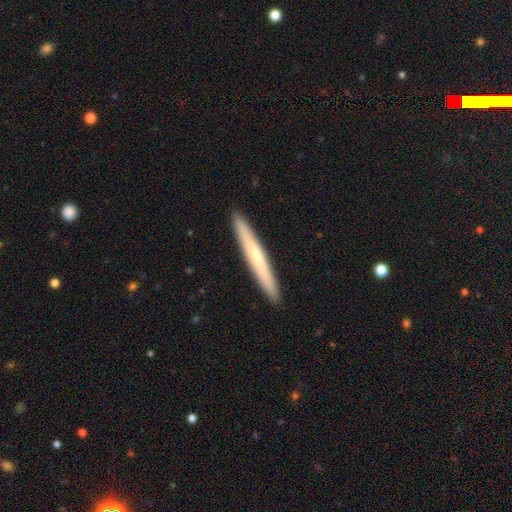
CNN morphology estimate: smooth-or-featured: smooth: 51% | featured or disk: 42% | star or artifact: 7%
  how-rounded: cigar-shaped: 97% | in between: 2% | round: 1%
  merging: none: 92% | minor disturbance: 6% | major disturbance: 1% | merger: 1%